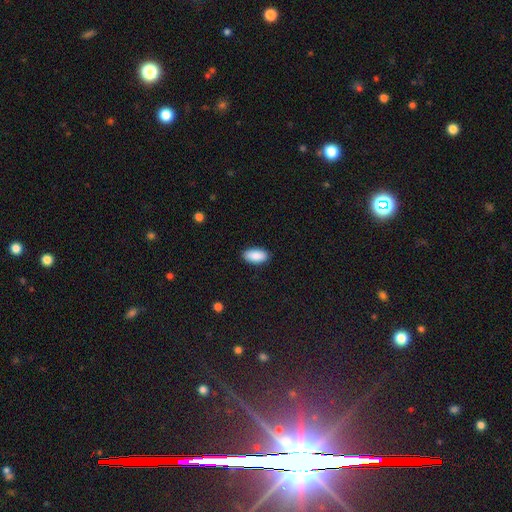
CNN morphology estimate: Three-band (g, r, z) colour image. It shows a smooth galaxy with no disk features (90%) that is in between round and cigar-shaped (94%). Merging: none (89%).